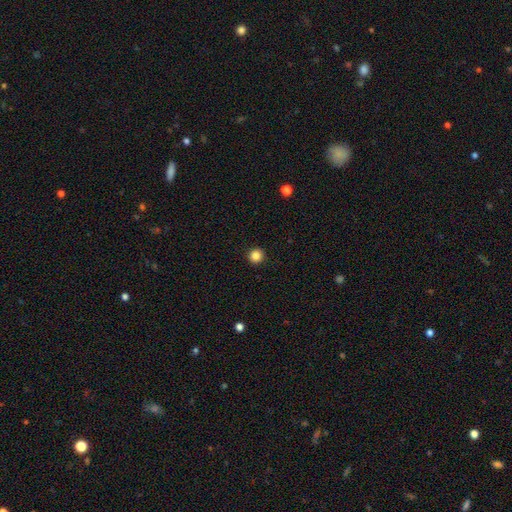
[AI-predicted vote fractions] Q: Smooth or featured?
A: smooth (85%); runner-up: star or artifact (11%)
Q: How rounded?
A: round (96%); runner-up: in between (3%)
Q: Merging?
A: none (94%); runner-up: minor disturbance (4%)